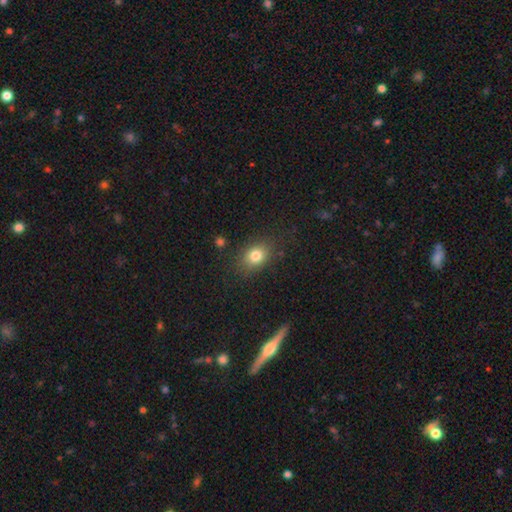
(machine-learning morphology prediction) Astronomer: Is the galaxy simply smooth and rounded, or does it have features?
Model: smooth — 80%.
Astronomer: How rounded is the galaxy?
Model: in between — 66%.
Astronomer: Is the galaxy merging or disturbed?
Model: none — 81%.